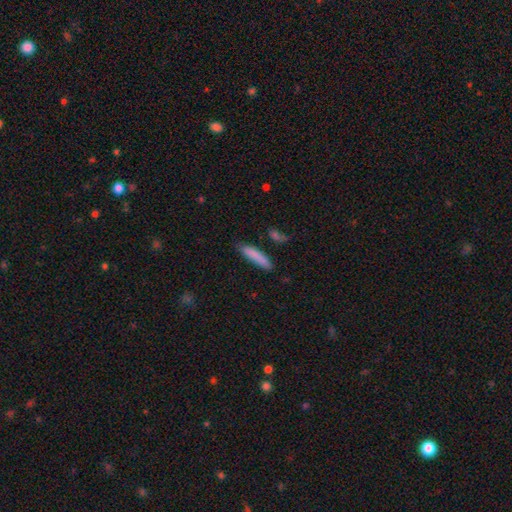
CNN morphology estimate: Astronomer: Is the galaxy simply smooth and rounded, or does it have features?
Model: smooth — 84%.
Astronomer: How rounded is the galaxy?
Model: cigar-shaped — 86%.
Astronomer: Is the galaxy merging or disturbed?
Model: none — 81%.